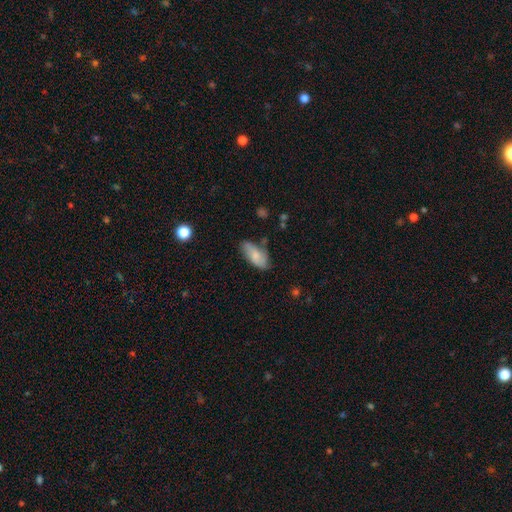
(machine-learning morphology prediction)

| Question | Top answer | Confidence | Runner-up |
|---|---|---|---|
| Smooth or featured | smooth | 74% | featured or disk (20%) |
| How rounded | in between | 88% | cigar-shaped (10%) |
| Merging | none | 64% | minor disturbance (26%) |